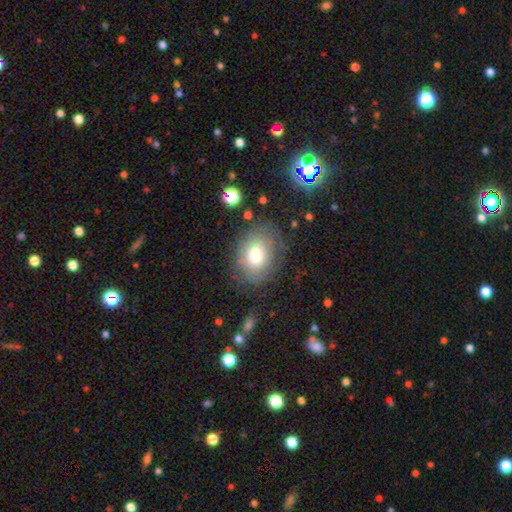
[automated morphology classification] A smooth galaxy with no disk features (58%) that is in between round and cigar-shaped (56%). Merging: none (68%).